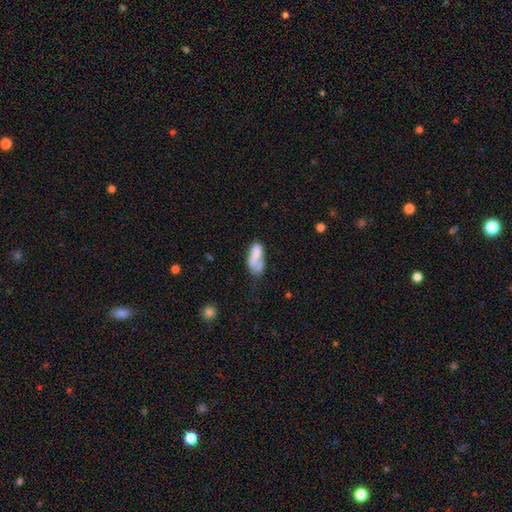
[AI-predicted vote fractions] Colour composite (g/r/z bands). It shows a smooth galaxy with no disk features (69%) that is in between round and cigar-shaped (85%). Merging: none (29%).